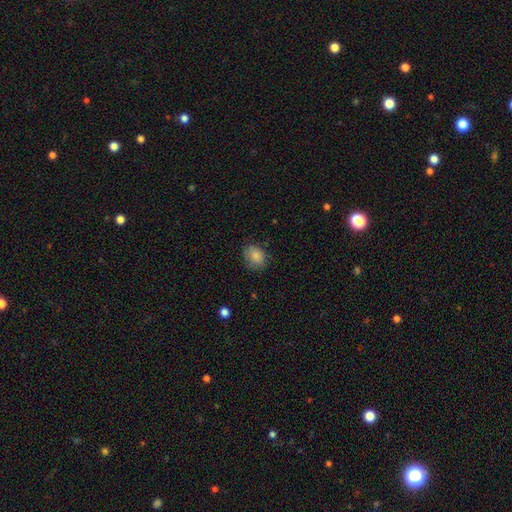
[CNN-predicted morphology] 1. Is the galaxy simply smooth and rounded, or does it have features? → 85% smooth, 8% star or artifact, 7% featured or disk.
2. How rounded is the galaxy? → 58% in between, 41% round, 1% cigar-shaped.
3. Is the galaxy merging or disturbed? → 73% none, 20% minor disturbance, 5% major disturbance, 1% merger.